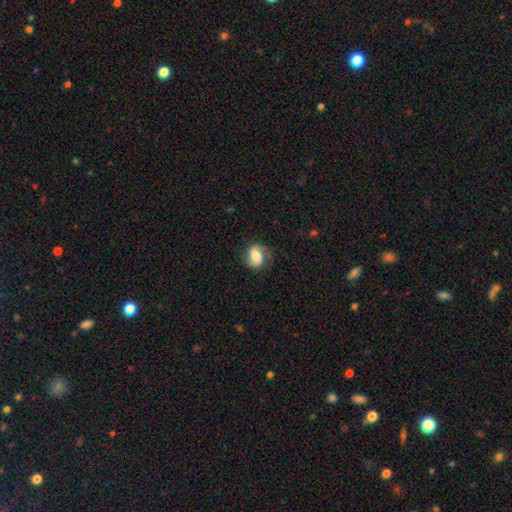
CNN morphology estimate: This is possibly a featured or disk galaxy (48%). Merging: likely none (71%).